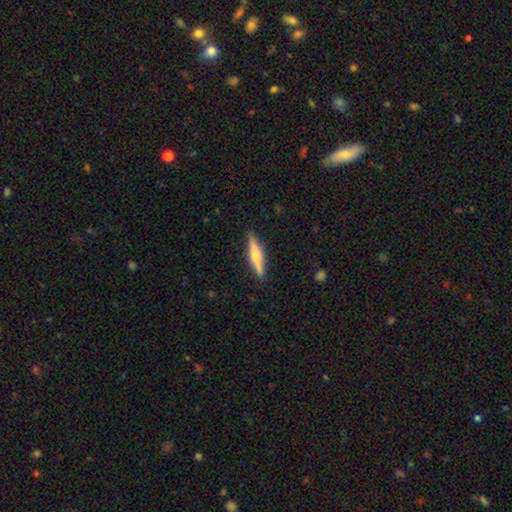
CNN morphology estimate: This is possibly a featured or disk galaxy (57%). It is clearly viewed edge-on (97%). Edge-on bulge: clearly rounded (85%). Merging: clearly none (89%).